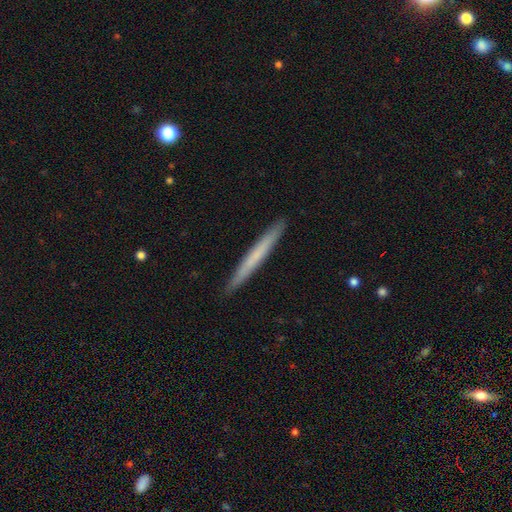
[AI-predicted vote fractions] A smooth galaxy with no disk features (59%) that is cigar-shaped (97%).

Vote fractions:
- Smooth or featured? smooth: 59% / featured or disk: 35% / star or artifact: 6%
- How rounded? cigar-shaped: 97% / in between: 2% / round: 1%
- Merging? none: 92% / minor disturbance: 6% / major disturbance: 1% / merger: 1%